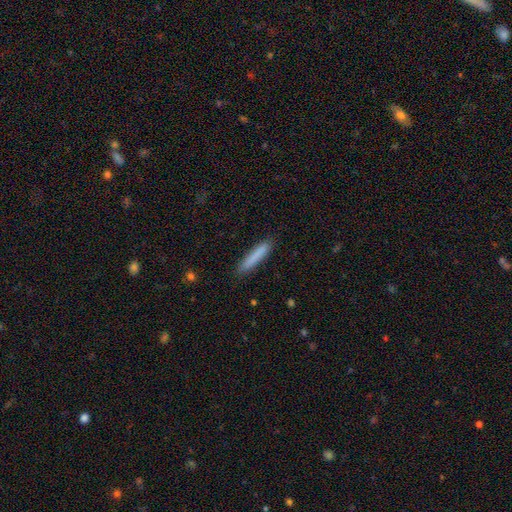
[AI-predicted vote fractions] Smooth or featured: smooth — 83% (featured or disk — 11%)
How rounded: cigar-shaped — 93% (in between — 6%)
Merging: none — 89% (minor disturbance — 8%)